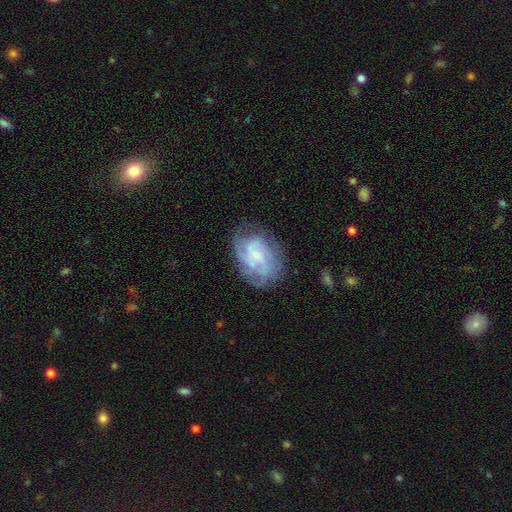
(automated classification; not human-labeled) This is likely a featured or disk galaxy (72%). It is clearly not viewed edge-on (97%). Bar: likely no (64%). Spiral arm pattern: clearly yes (88%). Spiral arm count: marginally can't tell (40%). Spiral winding: possibly tight (45%). Central bulge: likely small (77%). Merging: likely none (67%).